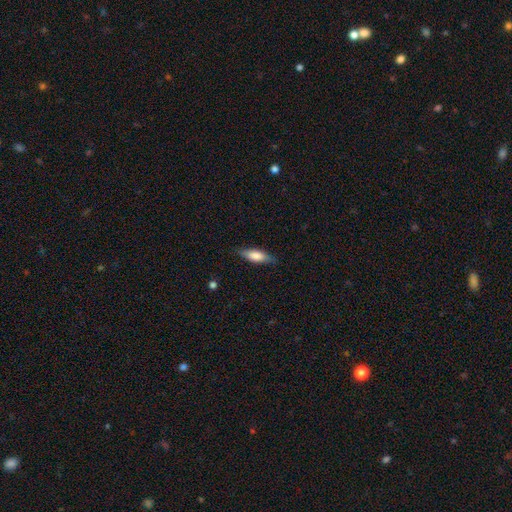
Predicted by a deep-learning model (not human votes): Smooth or featured: smooth — 64% (featured or disk — 29%)
How rounded: in between — 53% (cigar-shaped — 44%)
Merging: none — 83% (minor disturbance — 13%)